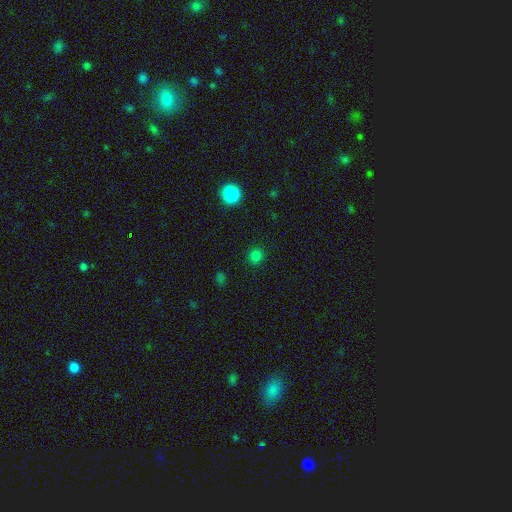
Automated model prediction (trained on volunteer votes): Smooth or featured? smooth (78%)
How rounded? round (91%)
Merging? none (90%)